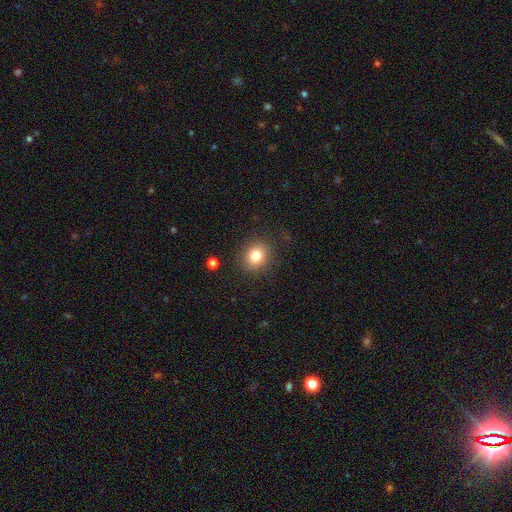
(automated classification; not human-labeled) A smooth galaxy with no disk features (81%) that is round (76%). Merging: none (86%).